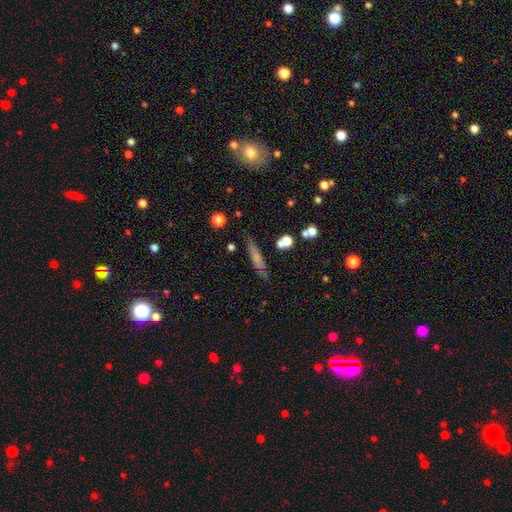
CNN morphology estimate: type=smooth (53%); roundness=cigar-shaped (86%); merging=none (84%).